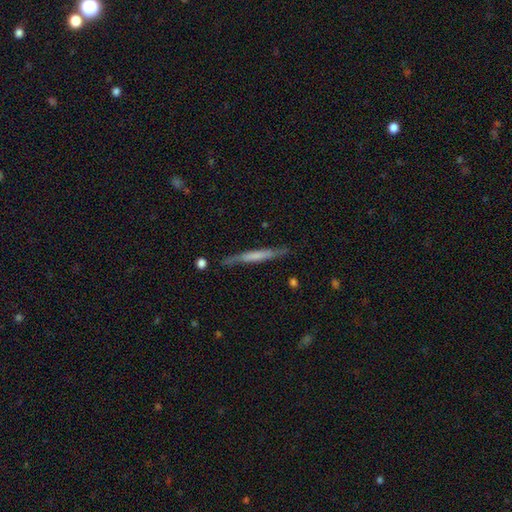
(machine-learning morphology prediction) Overall: featured or disk (48%; smooth 46%). Merging: none (80%).